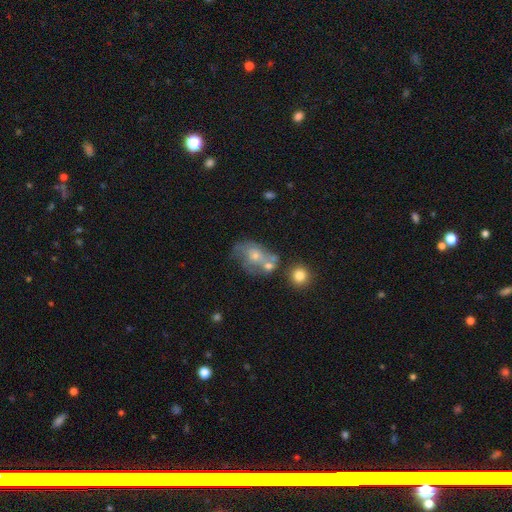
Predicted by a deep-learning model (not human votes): Smooth or featured? featured or disk (53%)
Edge-on disk? no (96%)
Bar? no (80%)
Spiral arms? yes (63%)
Bulge size? small (51%)
Merging? none (40%)